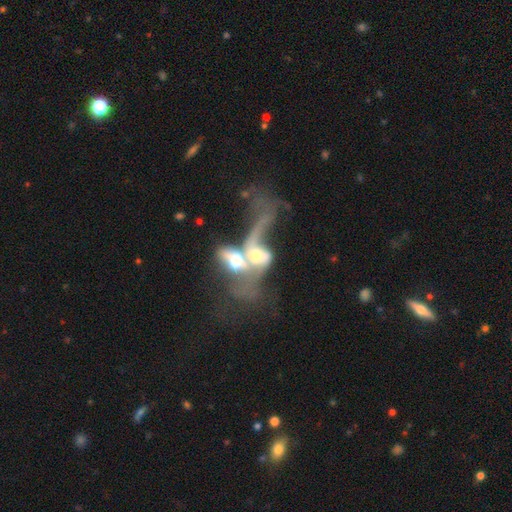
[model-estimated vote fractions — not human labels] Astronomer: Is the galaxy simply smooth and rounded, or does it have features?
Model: featured or disk — 64%.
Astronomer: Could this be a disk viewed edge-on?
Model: no — 89%.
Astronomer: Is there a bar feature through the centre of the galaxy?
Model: no — 66%.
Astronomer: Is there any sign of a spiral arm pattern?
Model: yes — 54% (runner-up: no, 46%).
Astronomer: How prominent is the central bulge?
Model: moderate — 52%.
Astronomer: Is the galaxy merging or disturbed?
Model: merger — 79%.